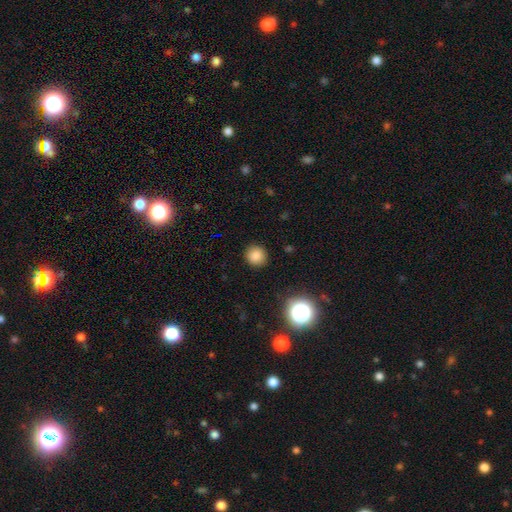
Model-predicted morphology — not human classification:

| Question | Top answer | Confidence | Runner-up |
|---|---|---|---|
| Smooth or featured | smooth | 83% | star or artifact (13%) |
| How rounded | round | 90% | in between (9%) |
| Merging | none | 90% | minor disturbance (7%) |